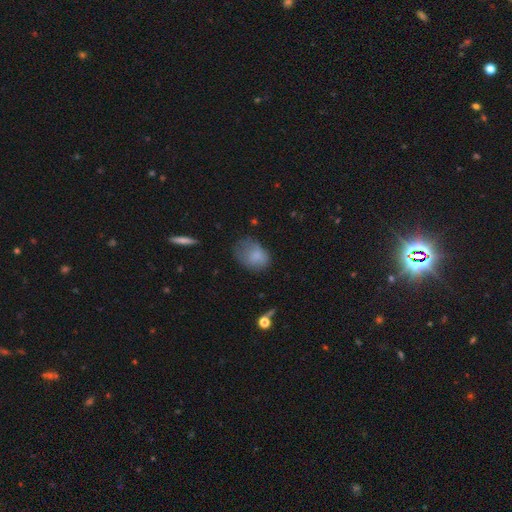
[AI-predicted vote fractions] Smooth or featured? smooth (76%)
How rounded? in between (69%)
Merging? none (44%)